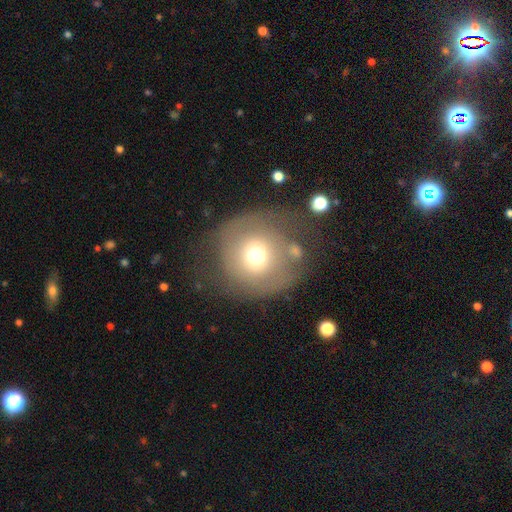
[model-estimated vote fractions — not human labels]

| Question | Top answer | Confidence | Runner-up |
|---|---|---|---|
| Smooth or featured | smooth | 59% | featured or disk (29%) |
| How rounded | round | 92% | in between (7%) |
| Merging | none | 46% | major disturbance (27%) |